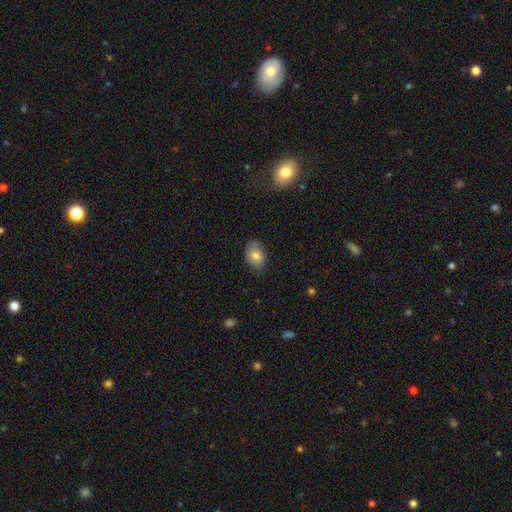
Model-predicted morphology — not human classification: Q: Smooth or featured?
A: smooth (78%); runner-up: featured or disk (14%)
Q: How rounded?
A: in between (84%); runner-up: round (15%)
Q: Merging?
A: none (78%); runner-up: minor disturbance (18%)